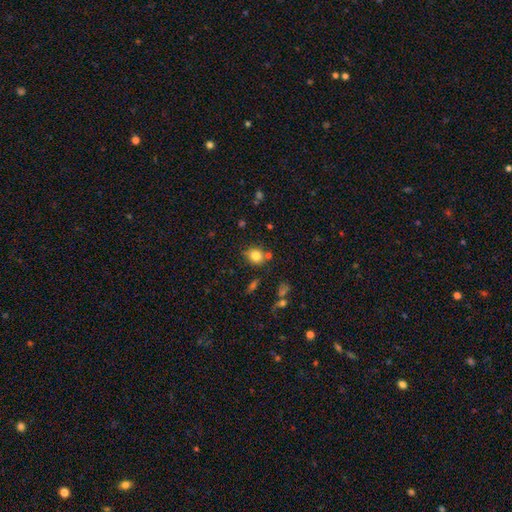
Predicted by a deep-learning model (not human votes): Smooth or featured?
  - smooth: 81% *
  - star or artifact: 12%
  - featured or disk: 7%
How rounded?
  - round: 74% *
  - in between: 25%
  - cigar-shaped: 1%
Merging?
  - none: 73% *
  - minor disturbance: 15%
  - merger: 9%
  - major disturbance: 4%